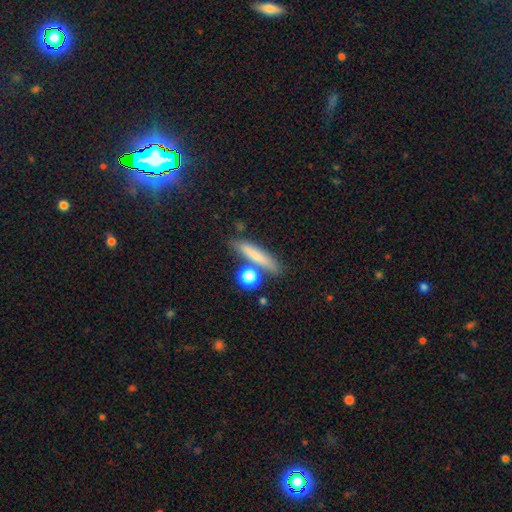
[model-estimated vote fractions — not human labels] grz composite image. It shows a smooth galaxy with no disk features (73%) that is cigar-shaped (77%). Merging: none (73%).